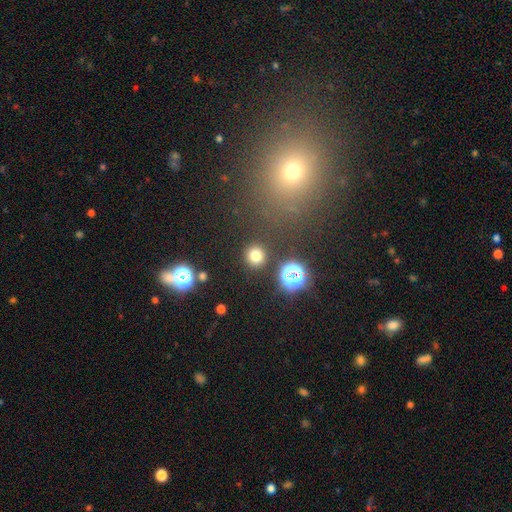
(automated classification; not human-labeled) This appears to be a smooth galaxy with no disk features (76%) that is round (93%). Merging: none (89%).